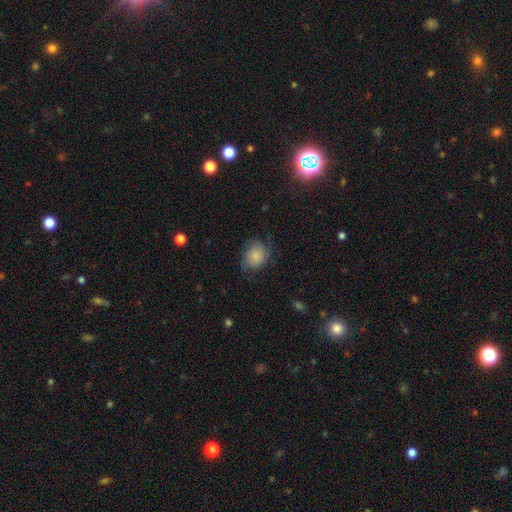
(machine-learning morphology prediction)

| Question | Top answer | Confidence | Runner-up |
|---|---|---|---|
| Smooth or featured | smooth | 73% | featured or disk (19%) |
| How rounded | round | 56% | in between (43%) |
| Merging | none | 62% | minor disturbance (26%) |